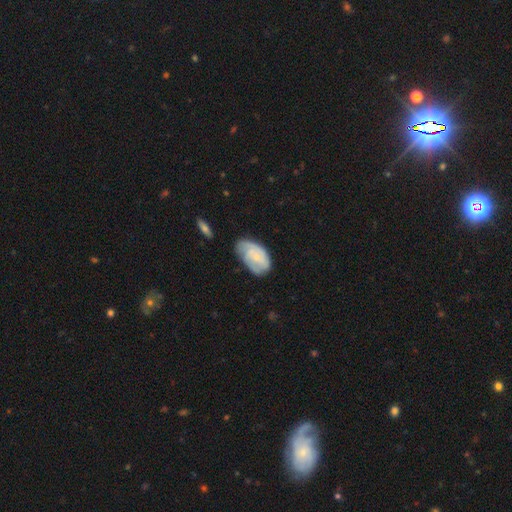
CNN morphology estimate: This is possibly a featured or disk galaxy (60%). It is clearly not viewed edge-on (96%). Bar: likely no (72%). Spiral arm pattern: clearly yes (83%). Central bulge: likely small (71%). Merging: possibly none (50%).